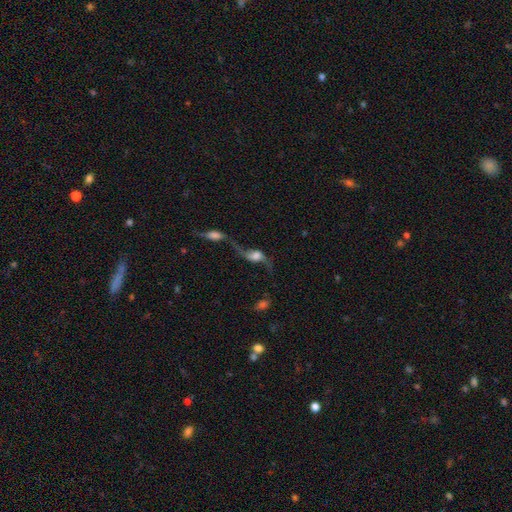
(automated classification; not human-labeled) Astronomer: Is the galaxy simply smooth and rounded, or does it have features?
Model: featured or disk — 68%.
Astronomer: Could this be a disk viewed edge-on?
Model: no — 83%.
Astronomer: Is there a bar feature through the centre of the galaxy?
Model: no — 59%.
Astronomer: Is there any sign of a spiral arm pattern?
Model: yes — 86%.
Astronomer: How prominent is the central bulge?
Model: large — 39% (runner-up: moderate, 27%).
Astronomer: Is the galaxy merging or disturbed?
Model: merger — 57%.